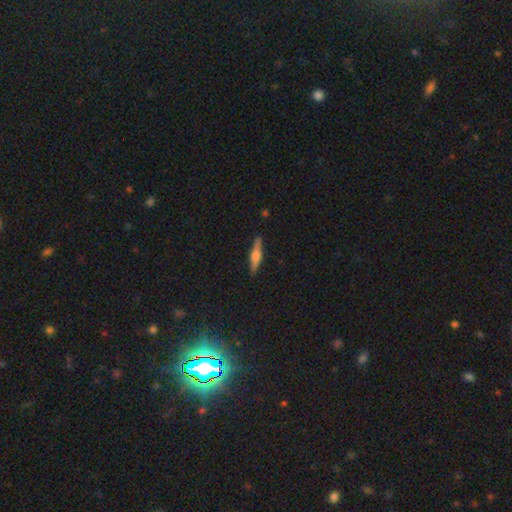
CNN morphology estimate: A featured or disk galaxy (58%) viewed edge-on (97%) with a rounded central bulge (75%).

Vote fractions:
- Smooth or featured? featured or disk: 58% / smooth: 35% / star or artifact: 7%
- Edge-on disk? yes: 97% / no: 3%
- Edge-on bulge? rounded: 75% / boxy: 18% / none: 7%
- Merging? none: 89% / minor disturbance: 8% / major disturbance: 2% / merger: 1%